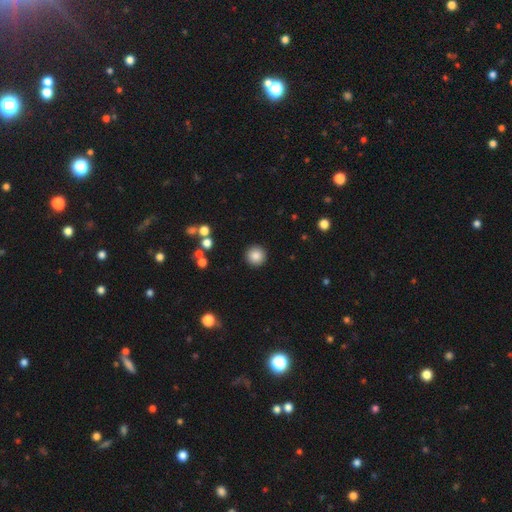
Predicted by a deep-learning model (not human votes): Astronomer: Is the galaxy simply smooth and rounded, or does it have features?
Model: smooth — 85%.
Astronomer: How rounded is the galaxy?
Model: round — 95%.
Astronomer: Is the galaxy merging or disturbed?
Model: none — 92%.